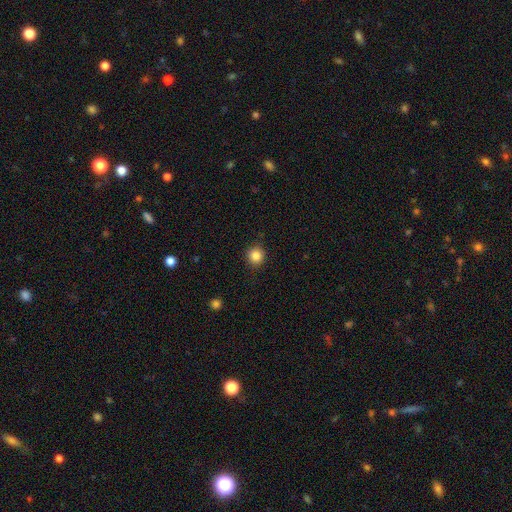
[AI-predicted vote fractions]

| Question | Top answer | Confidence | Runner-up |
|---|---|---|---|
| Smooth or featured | smooth | 85% | star or artifact (11%) |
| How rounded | round | 91% | in between (8%) |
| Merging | none | 90% | minor disturbance (7%) |